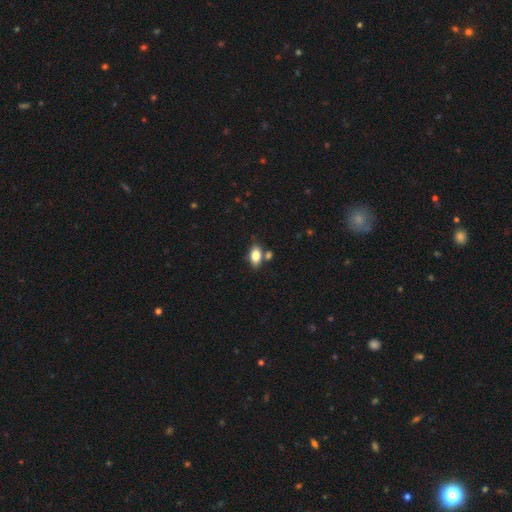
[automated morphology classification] Overall: smooth (81%). How rounded: in between (89%). Merging: none (67%).